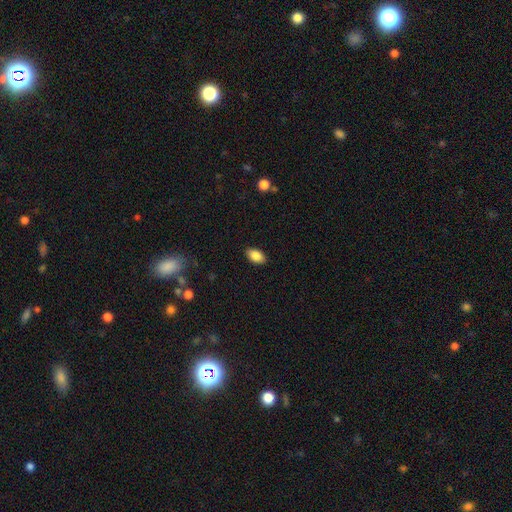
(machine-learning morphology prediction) smooth-or-featured: smooth: 87% | star or artifact: 8% | featured or disk: 5%
  how-rounded: in between: 92% | round: 6% | cigar-shaped: 2%
  merging: none: 88% | minor disturbance: 9% | major disturbance: 2% | merger: 1%